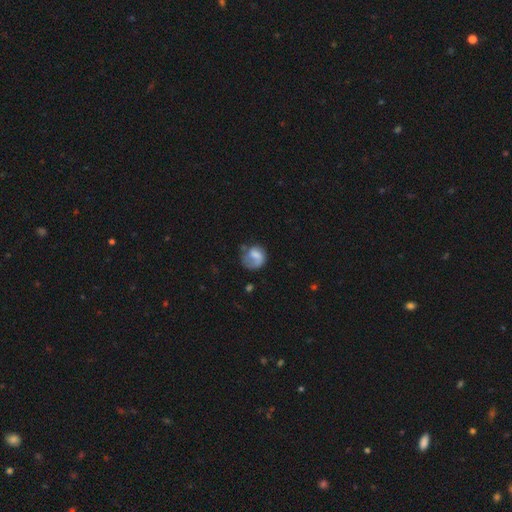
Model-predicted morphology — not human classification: smooth_or_featured: smooth (p=0.55) [alt: featured or disk p=0.37]
how_rounded: round (p=0.71) [alt: in between p=0.28]
merging: none (p=0.44) [alt: major disturbance p=0.27]